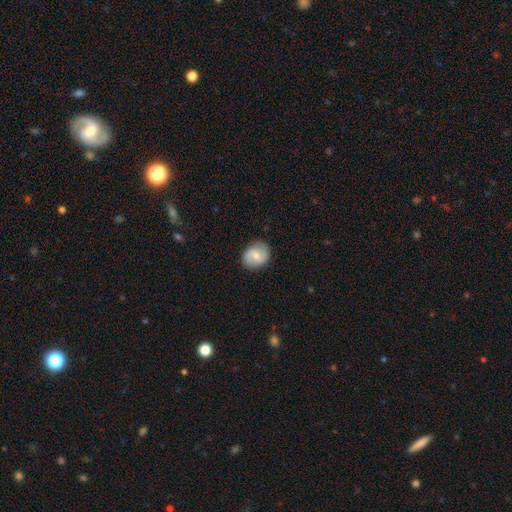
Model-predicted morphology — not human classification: smooth_or_featured: featured or disk (p=0.51) [alt: smooth p=0.42]
disk_edge_on: no (p=0.97) [alt: yes p=0.03]
merging: none (p=0.85) [alt: minor disturbance p=0.11]